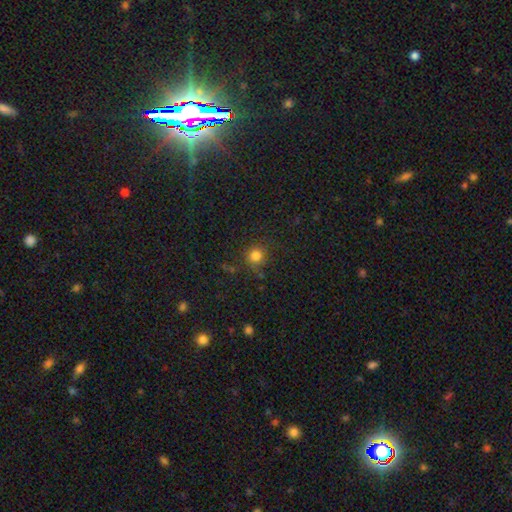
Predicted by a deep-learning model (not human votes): smooth 80%, star or artifact 15%, featured or disk 6%. Down the decision tree: how rounded — round (89%); merging — none (79%).